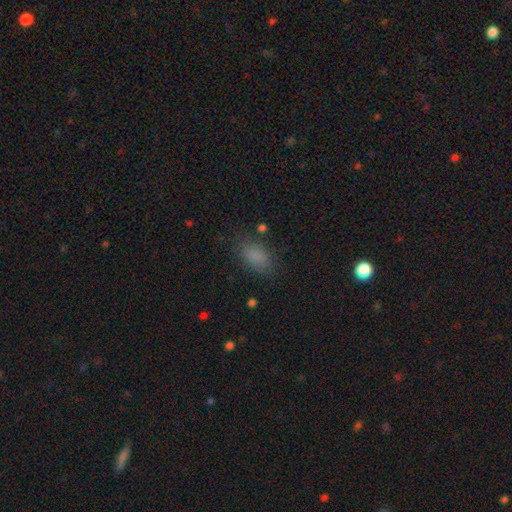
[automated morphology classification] smooth_or_featured: smooth (p=0.84) [alt: star or artifact p=0.11]
how_rounded: in between (p=0.89) [alt: round p=0.09]
merging: none (p=0.79) [alt: minor disturbance p=0.14]